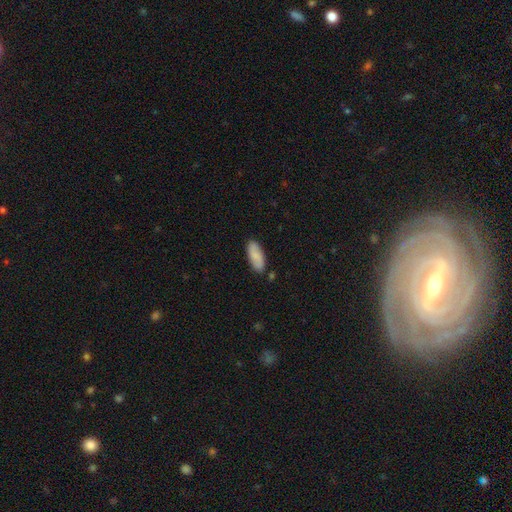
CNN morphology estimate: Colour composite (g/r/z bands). It shows a smooth galaxy with no disk features (80%) that is in between round and cigar-shaped (80%). Merging: none (84%).